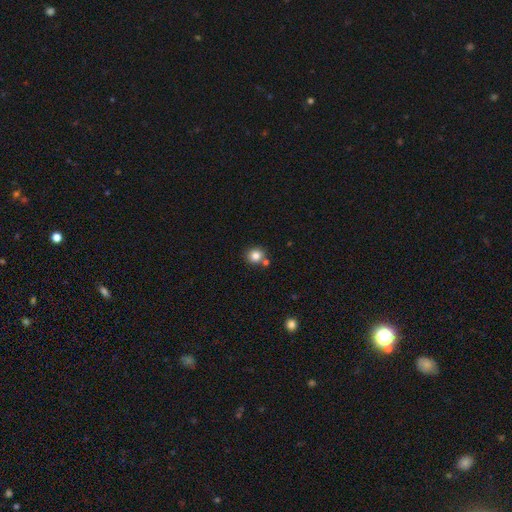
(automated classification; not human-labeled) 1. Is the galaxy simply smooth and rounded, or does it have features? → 82% smooth, 11% star or artifact, 7% featured or disk.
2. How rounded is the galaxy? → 89% round, 10% in between, 1% cigar-shaped.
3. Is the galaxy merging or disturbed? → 73% none, 15% merger, 9% minor disturbance, 3% major disturbance.